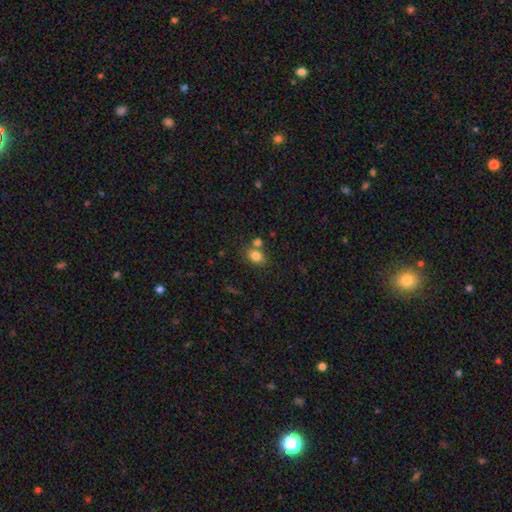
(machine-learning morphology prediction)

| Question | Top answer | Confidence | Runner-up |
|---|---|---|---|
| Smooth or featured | smooth | 82% | star or artifact (10%) |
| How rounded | in between | 64% | round (35%) |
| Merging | none | 58% | merger (25%) |